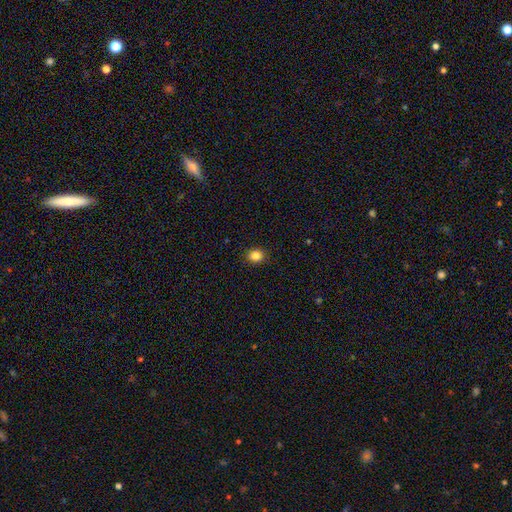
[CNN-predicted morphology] type=smooth (85%); roundness=round (75%); merging=none (91%).